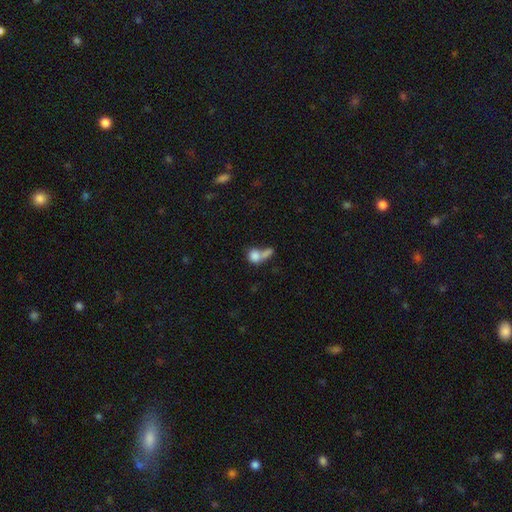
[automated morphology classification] A smooth galaxy with no disk features (78%) that is round (59%). Merging: merger (57%).